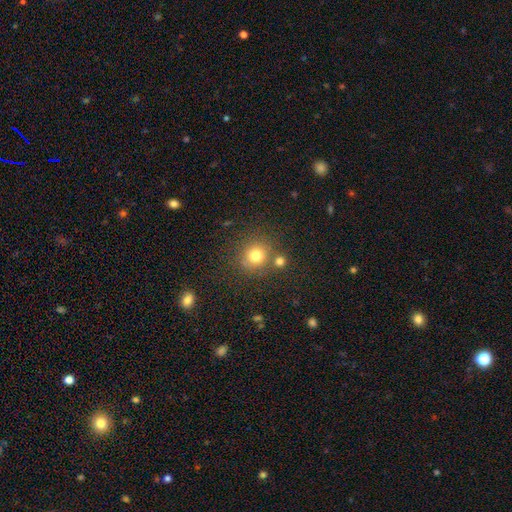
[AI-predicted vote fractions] This is likely a smooth galaxy (77%). How rounded: clearly round (89%). Merging: likely none (74%).